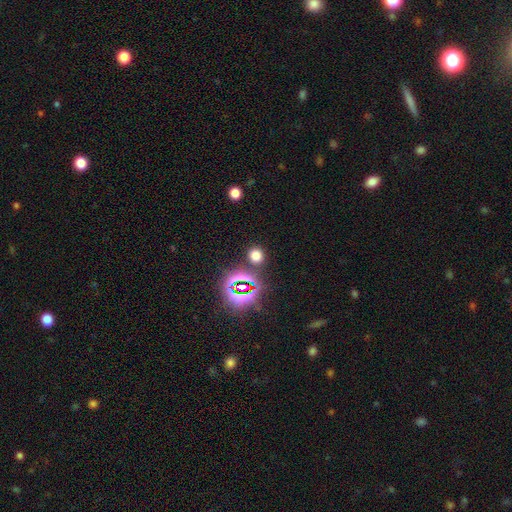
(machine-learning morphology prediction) Smooth or featured? smooth (65%)
How rounded? round (82%)
Merging? none (85%)